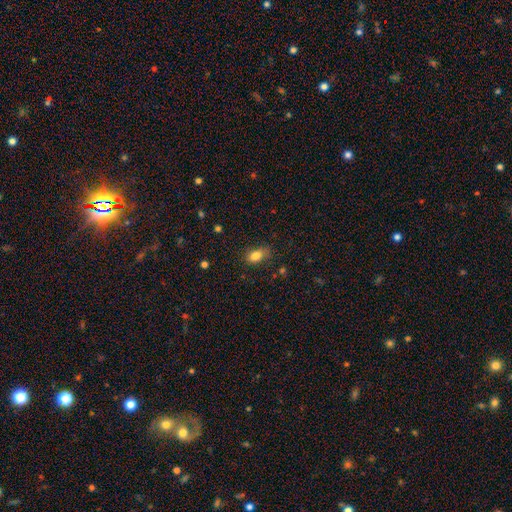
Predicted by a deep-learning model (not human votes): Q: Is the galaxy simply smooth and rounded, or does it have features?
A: smooth — 84%.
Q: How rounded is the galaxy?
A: in between — 86%.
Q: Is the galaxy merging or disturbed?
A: none — 72%.